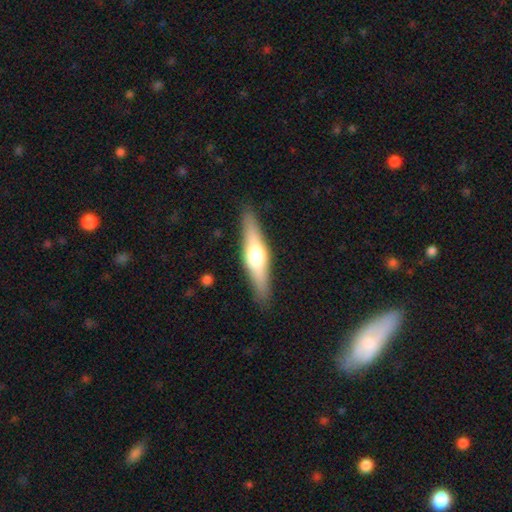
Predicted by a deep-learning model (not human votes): smooth_or_featured: featured or disk (p=0.51) [alt: smooth p=0.43]
disk_edge_on: yes (p=0.91) [alt: no p=0.09]
merging: none (p=0.88) [alt: minor disturbance p=0.09]